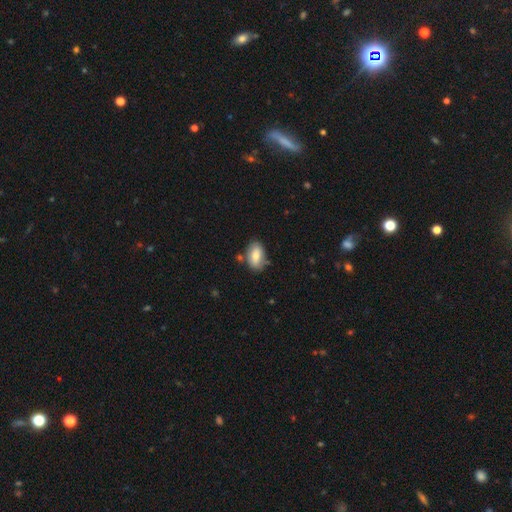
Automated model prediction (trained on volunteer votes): Smooth or featured? Predicted: smooth (p=0.77). How rounded? Predicted: in between (p=0.91). Merging? Predicted: none (p=0.73).